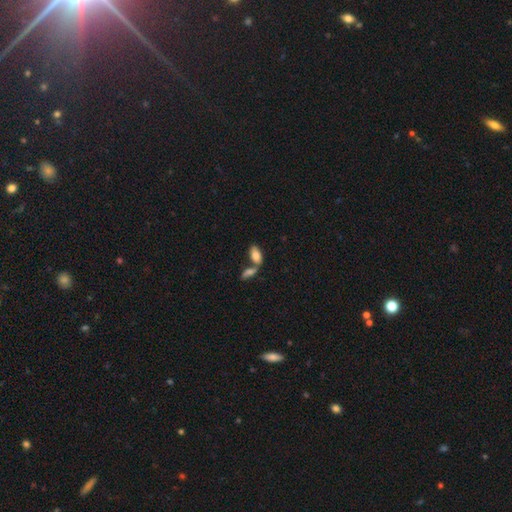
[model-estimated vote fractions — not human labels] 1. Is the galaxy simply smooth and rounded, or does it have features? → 80% smooth, 13% featured or disk, 8% star or artifact.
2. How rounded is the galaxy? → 90% in between, 7% cigar-shaped, 3% round.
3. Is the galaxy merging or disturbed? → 47% merger, 39% none, 10% minor disturbance, 4% major disturbance.